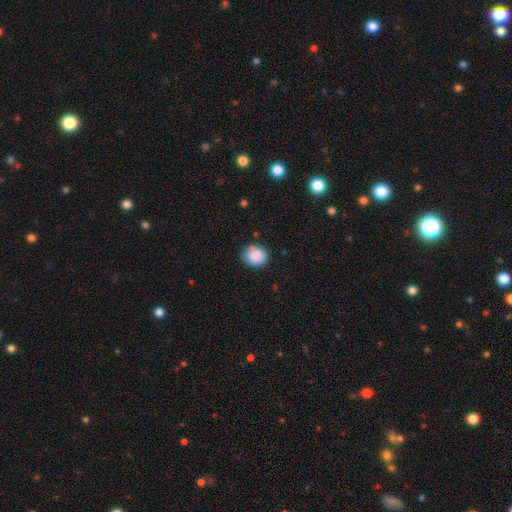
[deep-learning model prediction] Smooth or featured?
  - smooth: 86% *
  - star or artifact: 8%
  - featured or disk: 6%
How rounded?
  - round: 76% *
  - in between: 23%
  - cigar-shaped: 1%
Merging?
  - none: 78% *
  - minor disturbance: 16%
  - major disturbance: 3%
  - merger: 2%